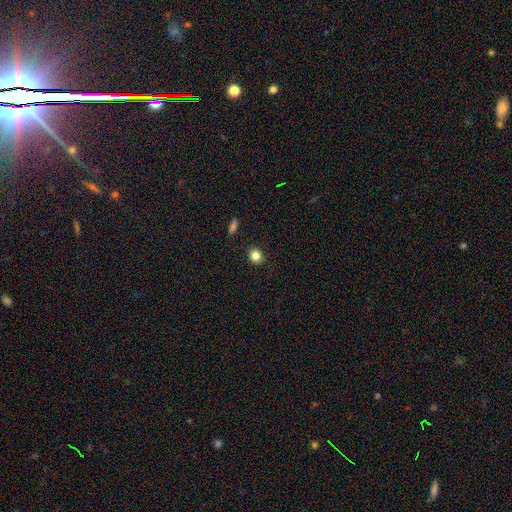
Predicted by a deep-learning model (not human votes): A smooth galaxy with no disk features (83%) that is round (78%). Merging: none (90%).